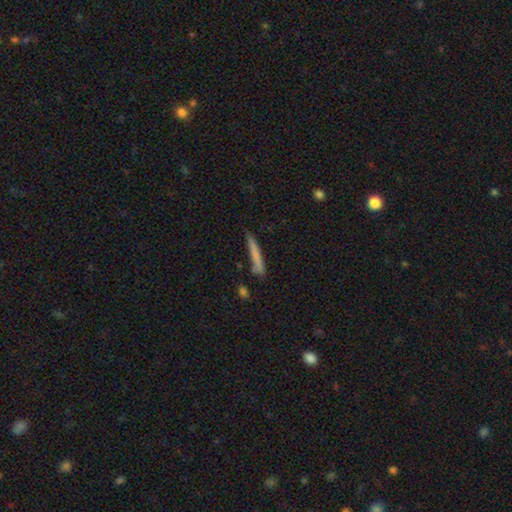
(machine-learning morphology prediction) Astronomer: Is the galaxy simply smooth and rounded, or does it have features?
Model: smooth — 73%.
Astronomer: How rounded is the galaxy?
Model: cigar-shaped — 95%.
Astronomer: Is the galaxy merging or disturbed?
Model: none — 74%.